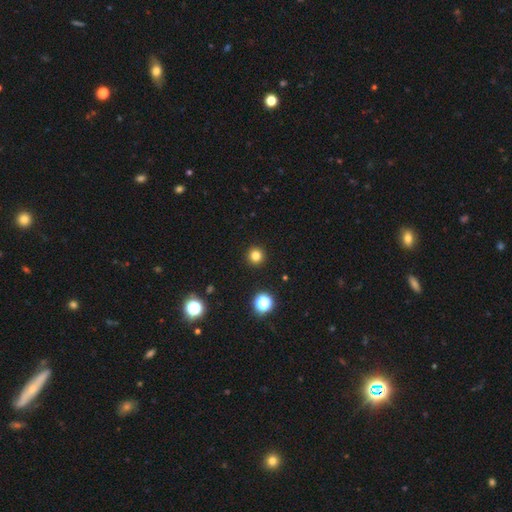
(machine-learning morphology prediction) This appears to be a smooth galaxy with no disk features (80%) that is round (96%). Merging: none (93%).